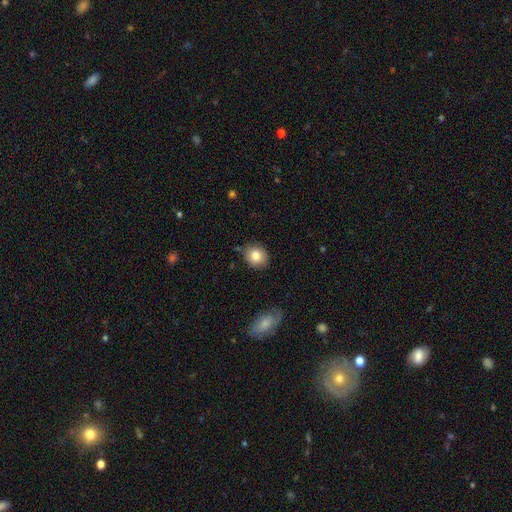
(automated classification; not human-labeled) smooth-or-featured: smooth: 82% | featured or disk: 9% | star or artifact: 9%
  how-rounded: round: 72% | in between: 27% | cigar-shaped: 1%
  merging: none: 82% | minor disturbance: 13% | major disturbance: 2% | merger: 2%